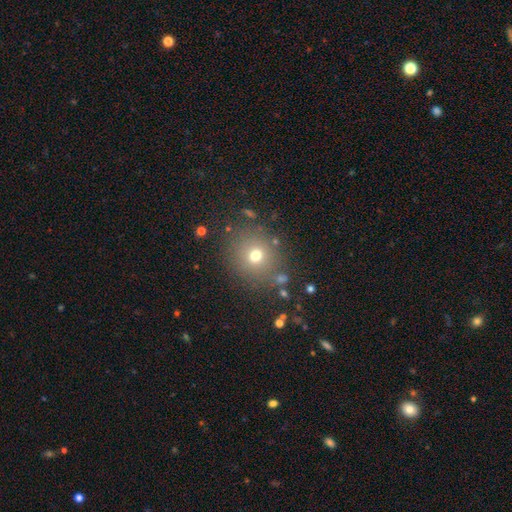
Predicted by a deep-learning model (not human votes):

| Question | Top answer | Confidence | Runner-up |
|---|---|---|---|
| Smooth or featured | smooth | 70% | star or artifact (18%) |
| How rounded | round | 87% | in between (12%) |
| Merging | none | 82% | minor disturbance (10%) |